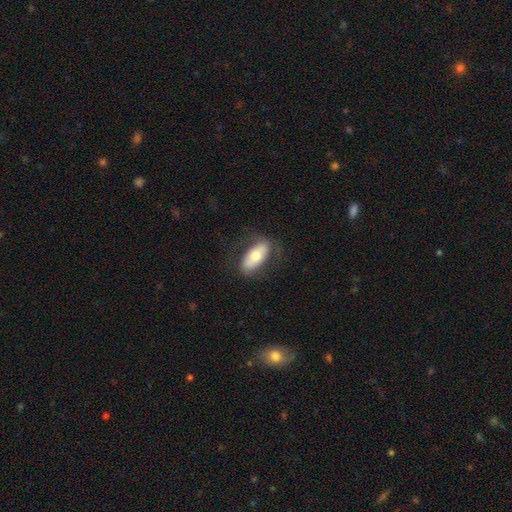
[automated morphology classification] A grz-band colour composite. It shows a smooth galaxy with no disk features (59%) that is in between round and cigar-shaped (85%). Merging: none (75%).